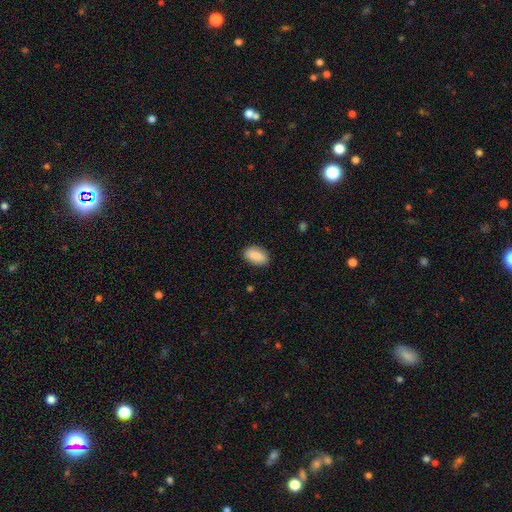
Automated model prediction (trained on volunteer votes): This appears to be a smooth galaxy with no disk features (87%) that is in between round and cigar-shaped (92%). Merging: none (85%).